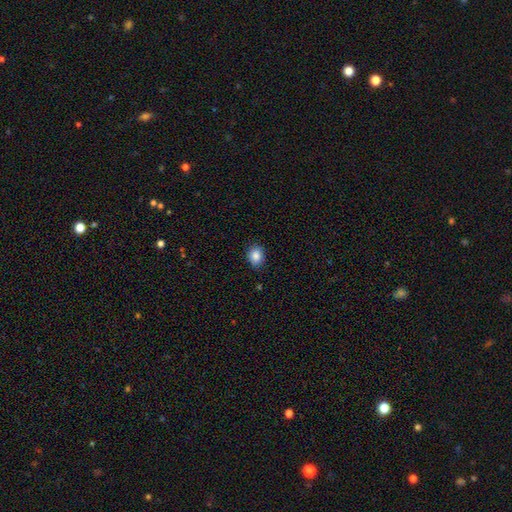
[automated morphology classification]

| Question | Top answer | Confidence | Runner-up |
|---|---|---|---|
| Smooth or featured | smooth | 86% | star or artifact (9%) |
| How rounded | round | 54% | in between (45%) |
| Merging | none | 85% | minor disturbance (12%) |